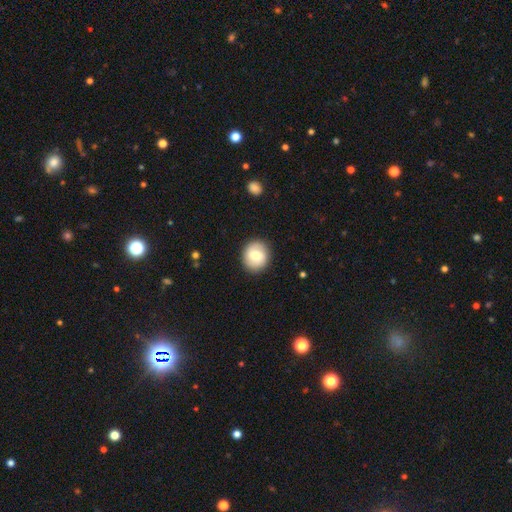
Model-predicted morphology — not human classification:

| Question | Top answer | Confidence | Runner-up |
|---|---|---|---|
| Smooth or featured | smooth | 66% | featured or disk (27%) |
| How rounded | round | 80% | in between (19%) |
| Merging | none | 88% | minor disturbance (8%) |